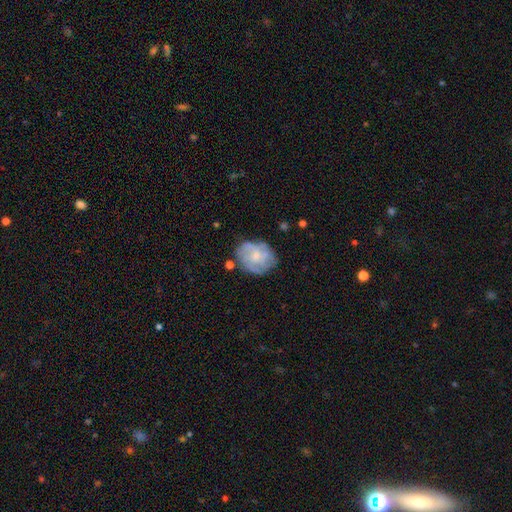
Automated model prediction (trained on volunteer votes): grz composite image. It shows a featured or disk galaxy (60%) with no bar (74%), spiral arms (71%) and a small central bulge (58%). Merging: none (67%).